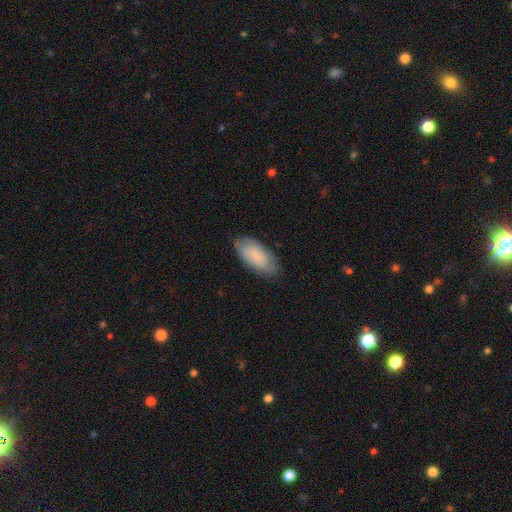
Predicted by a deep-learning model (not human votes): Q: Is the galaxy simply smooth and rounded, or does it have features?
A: smooth — 79%.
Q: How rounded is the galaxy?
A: in between — 90%.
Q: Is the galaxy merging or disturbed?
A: none — 80%.